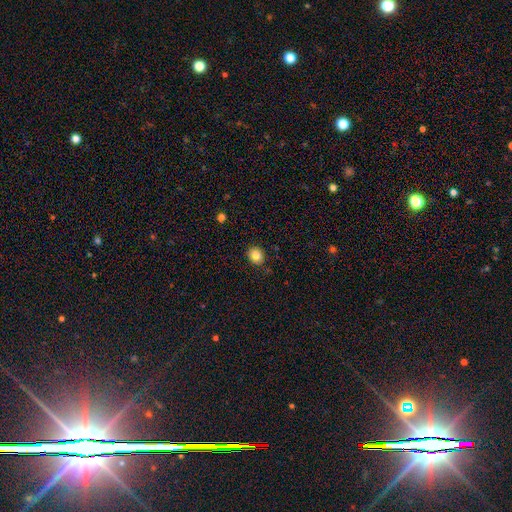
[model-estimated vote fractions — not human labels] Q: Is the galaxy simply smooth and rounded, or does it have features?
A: smooth — 83%.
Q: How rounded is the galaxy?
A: round — 67%.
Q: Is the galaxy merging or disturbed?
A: none — 88%.